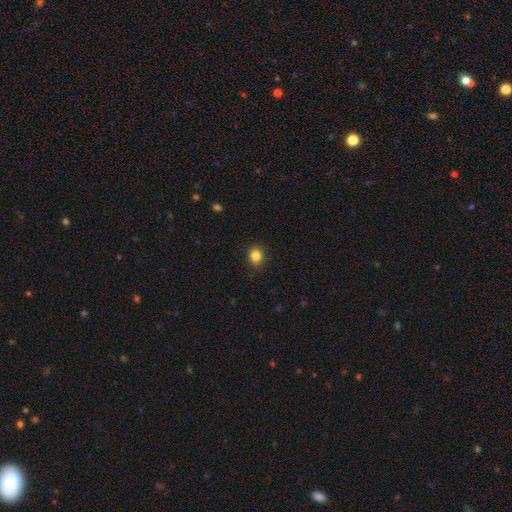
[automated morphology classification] This is clearly a smooth galaxy (85%). How rounded: likely round (69%). Merging: clearly none (90%).